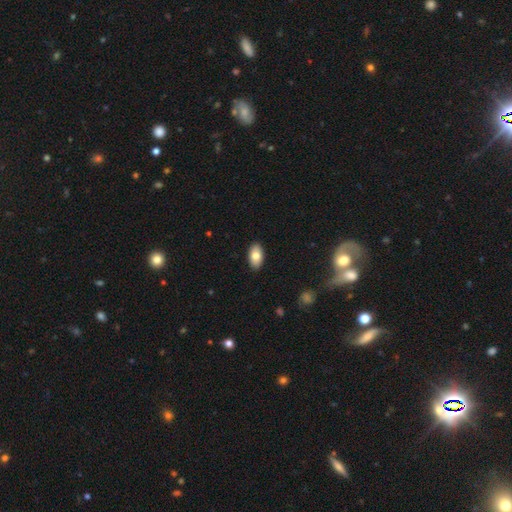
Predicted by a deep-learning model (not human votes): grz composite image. It shows a smooth galaxy with no disk features (79%) that is in between round and cigar-shaped (94%). Merging: none (89%).